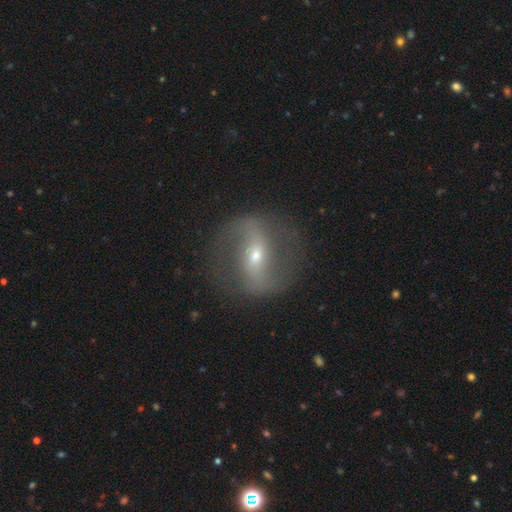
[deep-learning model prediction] featured or disk 84%, smooth 9%, star or artifact 6%. Down the decision tree: edge-on disk — no (96%); bar — strong (47%); spiral arms — yes (89%); spiral arm count — 2 (91%); spiral winding — loose (45%); bulge size — small (57%); merging — none (79%).